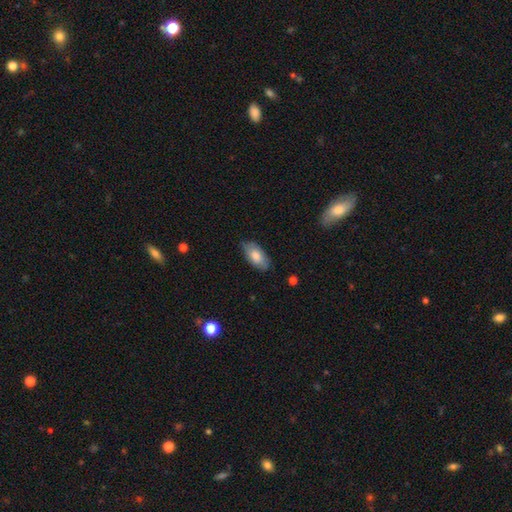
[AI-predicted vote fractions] smooth_or_featured: smooth (p=0.69) [alt: featured or disk p=0.24]
how_rounded: in between (p=0.92) [alt: cigar-shaped p=0.04]
merging: none (p=0.76) [alt: minor disturbance p=0.19]